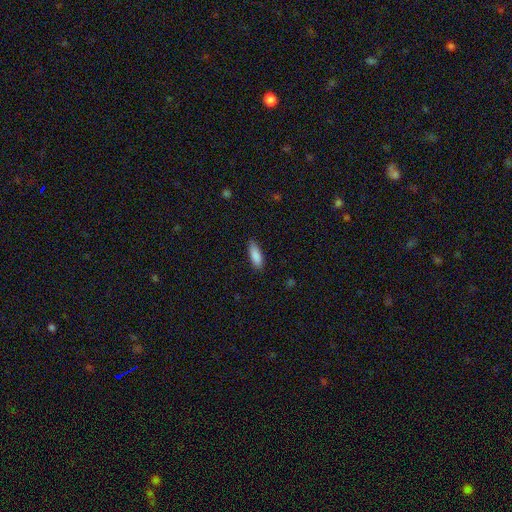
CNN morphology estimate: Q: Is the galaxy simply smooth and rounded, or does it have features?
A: smooth — 88%.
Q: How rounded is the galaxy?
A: in between — 59%.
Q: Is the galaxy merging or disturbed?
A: none — 84%.